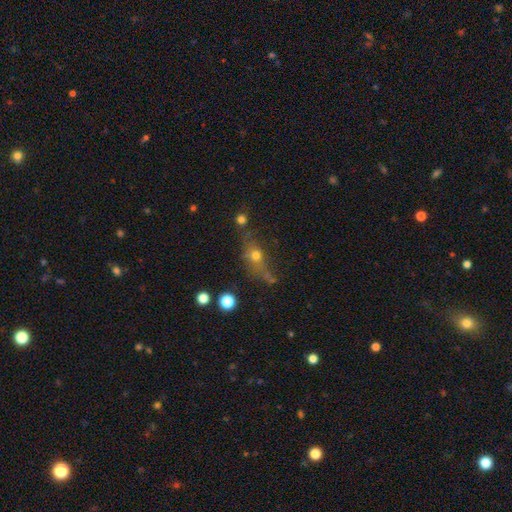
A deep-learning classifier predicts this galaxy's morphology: smooth_or_featured: smooth (p=0.54) [alt: featured or disk p=0.25]
how_rounded: in between (p=0.47) [alt: round p=0.35]
merging: none (p=0.50) [alt: minor disturbance p=0.20]